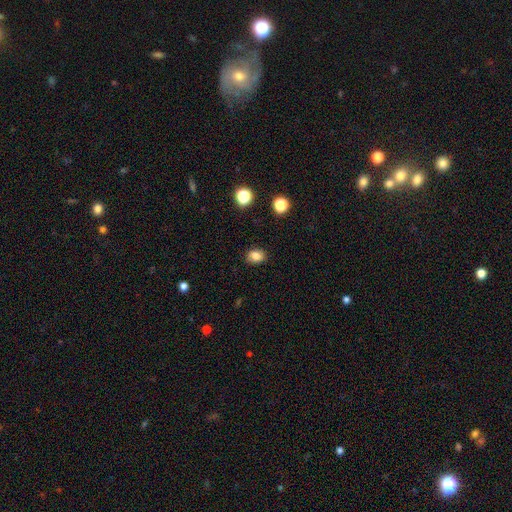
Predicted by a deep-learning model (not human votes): This is clearly a smooth galaxy (83%). How rounded: likely in between (65%). Merging: clearly none (85%).